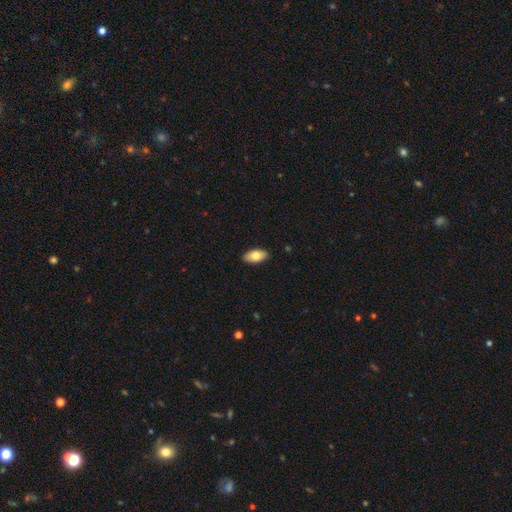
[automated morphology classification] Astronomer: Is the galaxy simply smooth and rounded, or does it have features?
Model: smooth — 79%.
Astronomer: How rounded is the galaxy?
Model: in between — 93%.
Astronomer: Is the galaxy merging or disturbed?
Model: none — 89%.